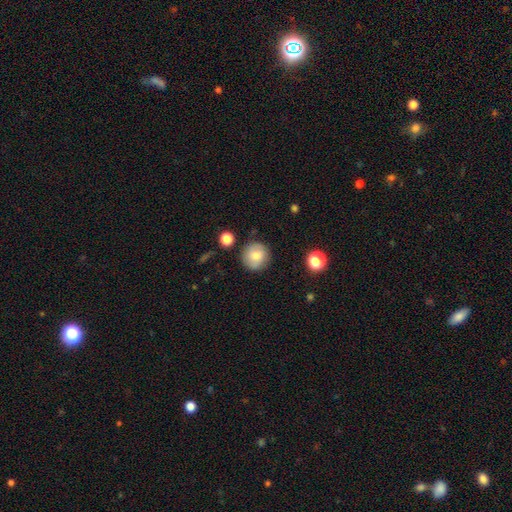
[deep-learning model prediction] smooth_or_featured: smooth (p=0.77) [alt: featured or disk p=0.15]
how_rounded: round (p=0.94) [alt: in between p=0.05]
merging: none (p=0.87) [alt: minor disturbance p=0.08]